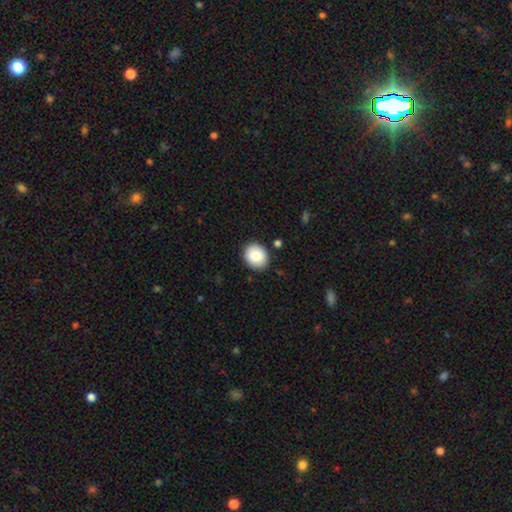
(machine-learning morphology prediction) smooth 87%, star or artifact 7%, featured or disk 6%. Down the decision tree: how rounded — round (61%); merging — none (87%).